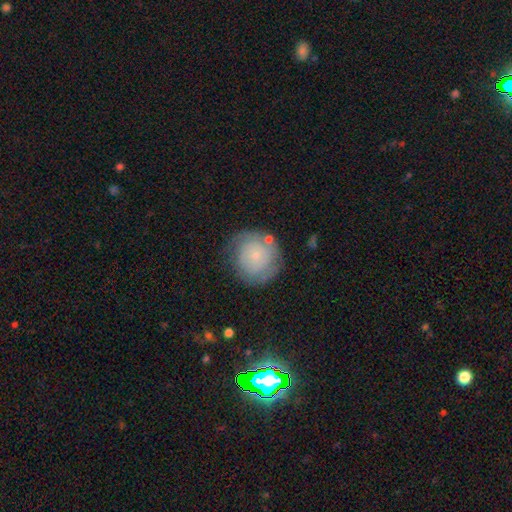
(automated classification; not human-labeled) Smooth or featured: smooth — 52% (featured or disk — 39%)
How rounded: round — 90% (in between — 9%)
Merging: none — 65% (minor disturbance — 21%)